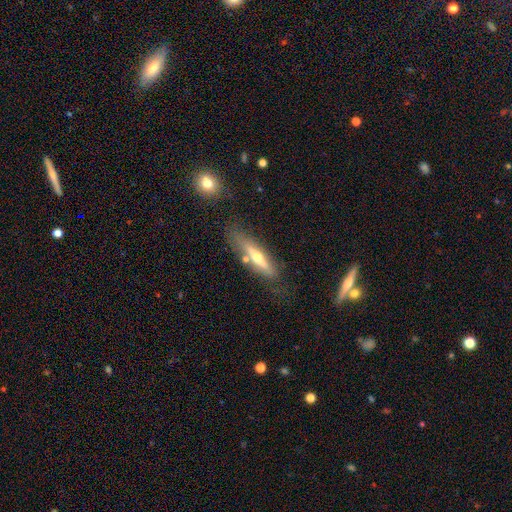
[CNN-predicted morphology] The model was most divided on "smooth or featured": featured or disk: 59%, smooth: 33%, star or artifact: 7%. More confident: edge-on disk — yes (84%); merging — none (63%).